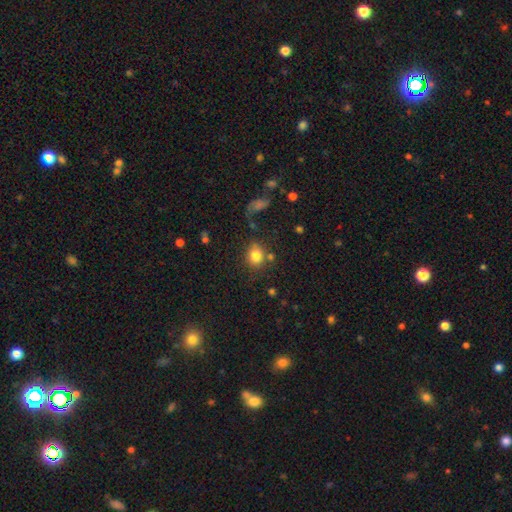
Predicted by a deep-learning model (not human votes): This is clearly a smooth galaxy (81%). How rounded: likely round (60%). Merging: likely none (73%).